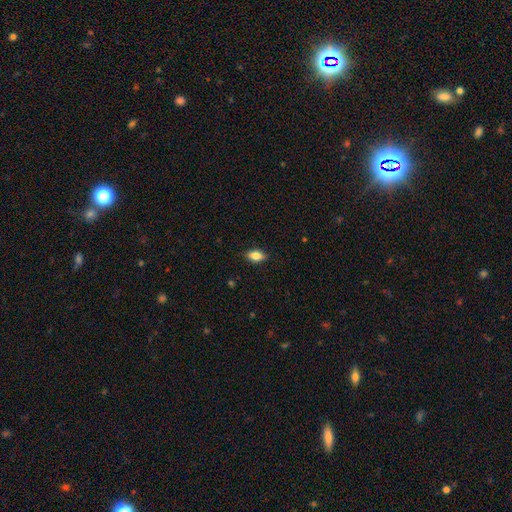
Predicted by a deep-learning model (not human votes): A smooth galaxy with no disk features (80%) that is in between round and cigar-shaped (86%).

Vote fractions:
- Smooth or featured? smooth: 80% / featured or disk: 12% / star or artifact: 8%
- How rounded? in between: 86% / cigar-shaped: 7% / round: 6%
- Merging? none: 86% / minor disturbance: 11% / major disturbance: 2% / merger: 1%